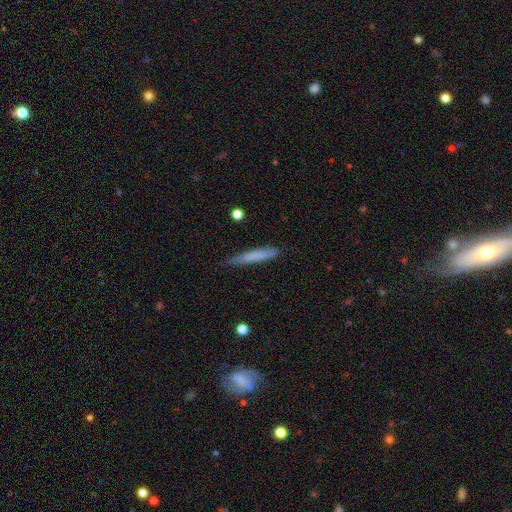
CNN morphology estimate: Overall: smooth (71%). How rounded: cigar-shaped (94%). Merging: none (74%).